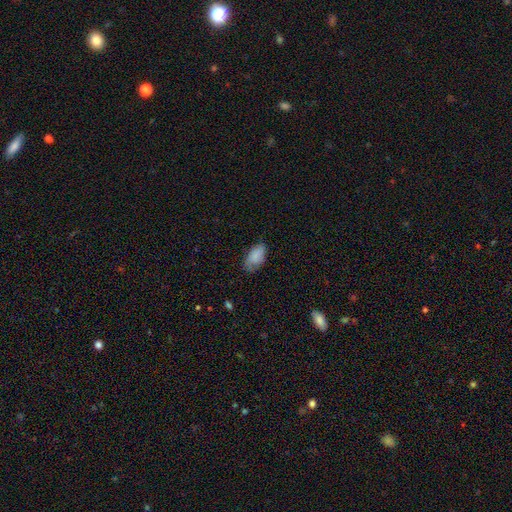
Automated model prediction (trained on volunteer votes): Q: Smooth or featured?
A: smooth (80%); runner-up: featured or disk (13%)
Q: How rounded?
A: in between (94%); runner-up: round (4%)
Q: Merging?
A: none (62%); runner-up: minor disturbance (29%)